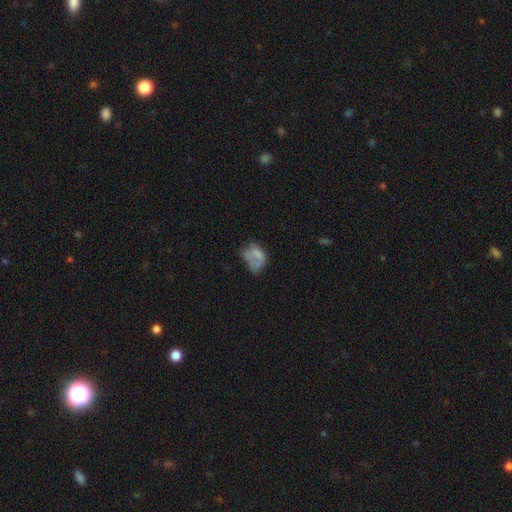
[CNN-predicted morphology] This appears to be a smooth galaxy with no disk features (58%) that is in between round and cigar-shaped (76%). Merging: major disturbance (32%).